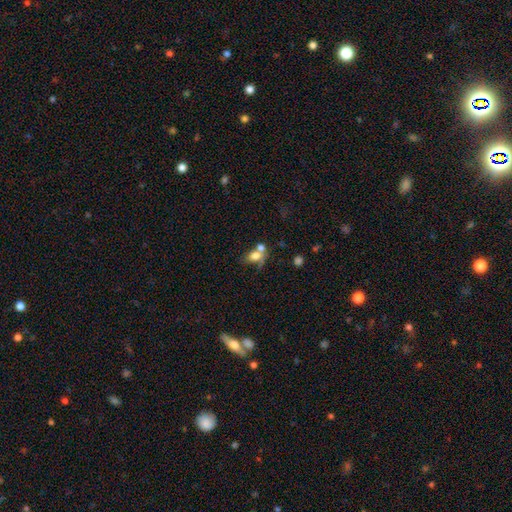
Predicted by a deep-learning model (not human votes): This appears to be a smooth galaxy with no disk features (70%) that is in between round and cigar-shaped (68%). Merging: merger (50%).